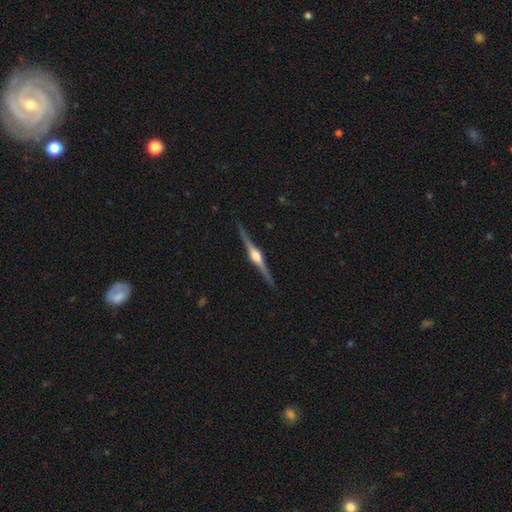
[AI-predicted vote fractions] This appears to be a featured or disk galaxy (87%) viewed edge-on (99%) with a rounded central bulge (93%). Merging: none (90%).